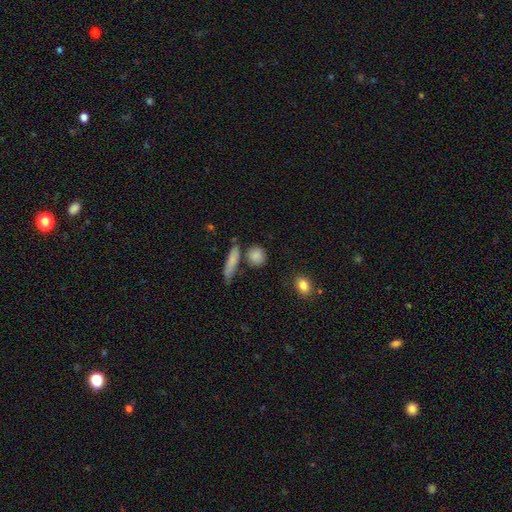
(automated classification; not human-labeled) This is clearly a smooth galaxy (84%). How rounded: likely round (74%). Merging: likely none (73%).